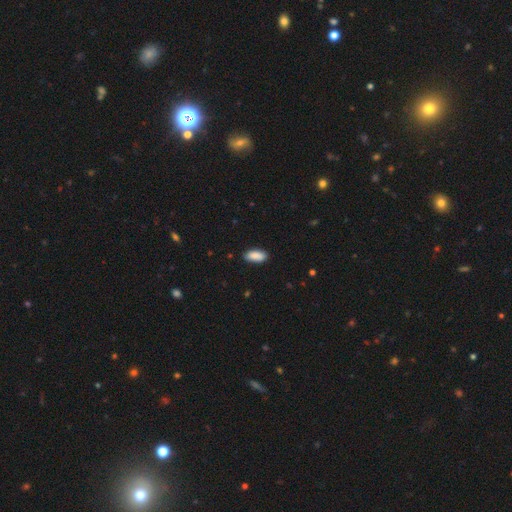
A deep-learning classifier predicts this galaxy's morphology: Smooth or featured: smooth — 89% (star or artifact — 6%)
How rounded: in between — 88% (cigar-shaped — 10%)
Merging: none — 86% (minor disturbance — 11%)